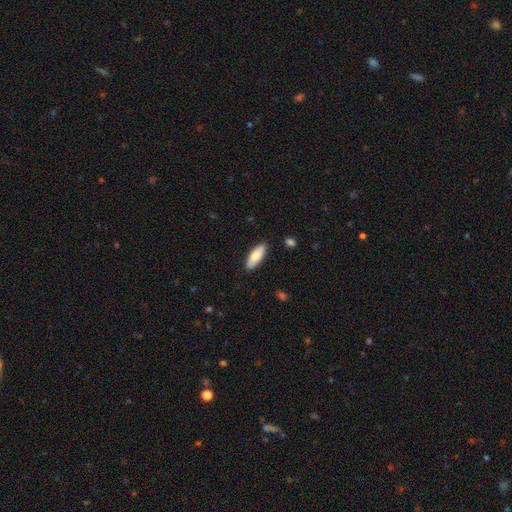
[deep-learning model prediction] This appears to be a smooth galaxy with no disk features (77%) that is in between round and cigar-shaped (70%). Merging: none (88%).